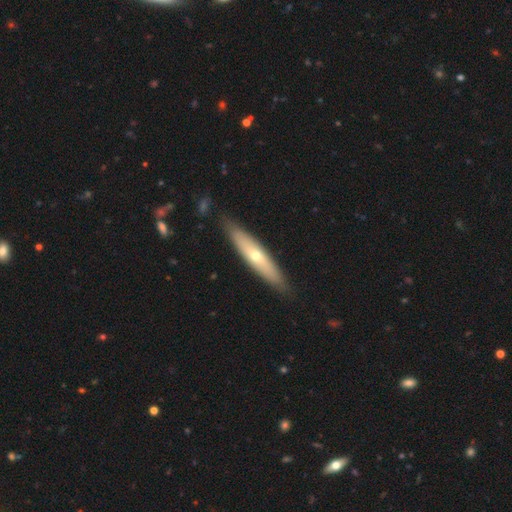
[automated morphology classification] Q: Smooth or featured?
A: featured or disk (49%); runner-up: smooth (45%)
Q: Merging?
A: none (87%); runner-up: minor disturbance (10%)